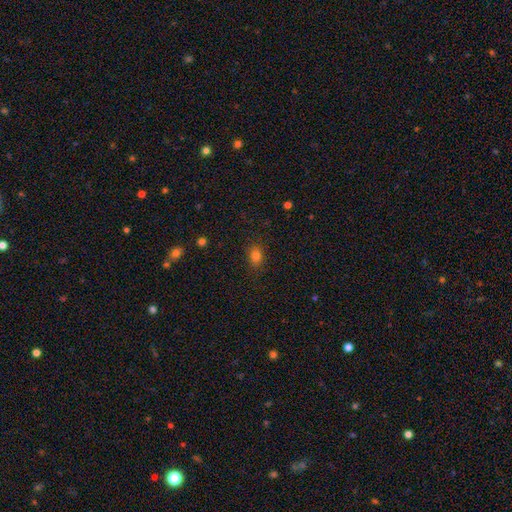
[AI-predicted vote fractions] Smooth or featured: smooth — 80% (star or artifact — 14%)
How rounded: in between — 55% (round — 44%)
Merging: none — 85% (minor disturbance — 11%)